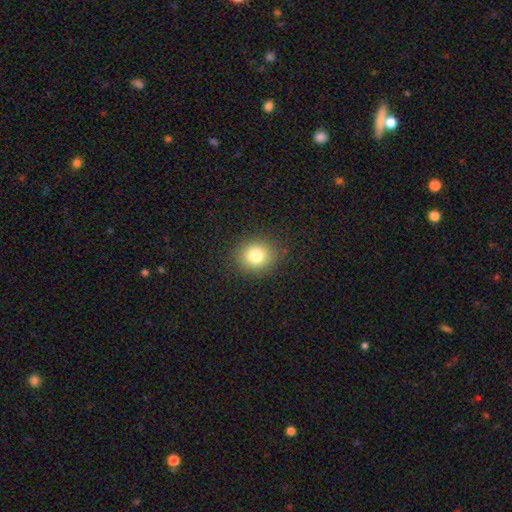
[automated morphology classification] The model was most divided on "how rounded": round: 74%, in between: 25%, cigar-shaped: 1%. More confident: merging — none (89%); smooth or featured — smooth (80%).